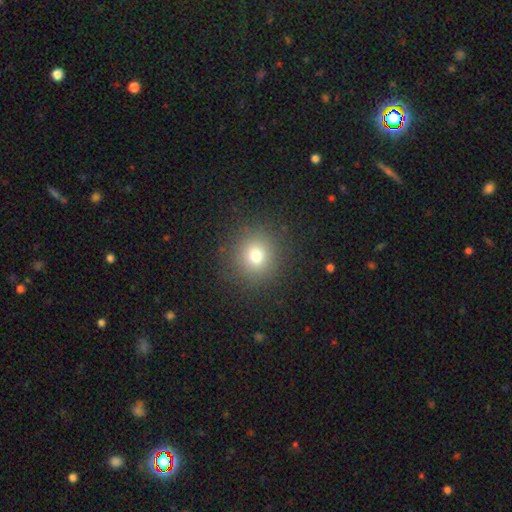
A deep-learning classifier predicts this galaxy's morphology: Smooth or featured? smooth (75%)
How rounded? round (91%)
Merging? none (88%)